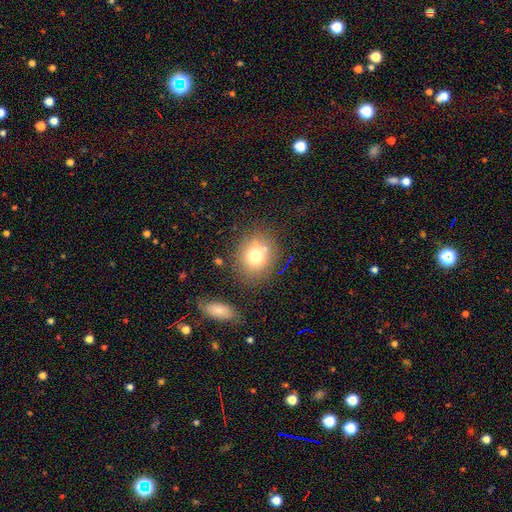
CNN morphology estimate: Overall: smooth (74%). How rounded: round (75%). Merging: none (73%).